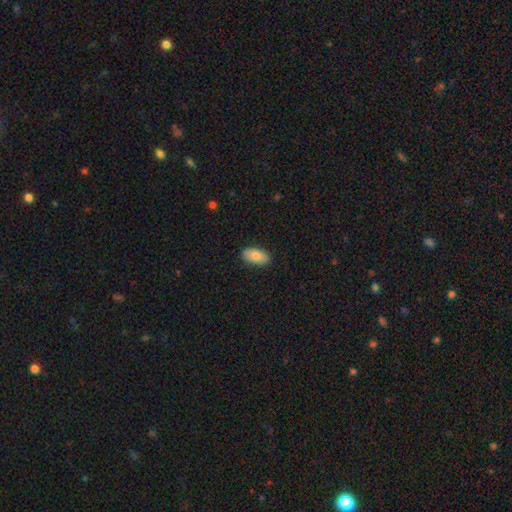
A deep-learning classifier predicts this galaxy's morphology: A smooth galaxy with no disk features (79%) that is in between round and cigar-shaped (92%).

Vote fractions:
- Smooth or featured? smooth: 79% / featured or disk: 15% / star or artifact: 6%
- How rounded? in between: 92% / cigar-shaped: 5% / round: 3%
- Merging? none: 87% / minor disturbance: 10% / major disturbance: 2% / merger: 1%